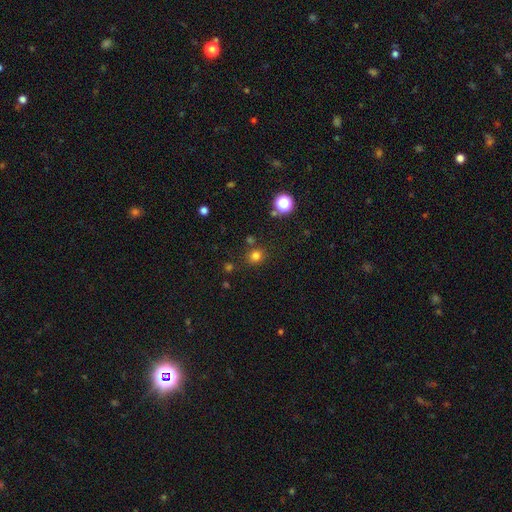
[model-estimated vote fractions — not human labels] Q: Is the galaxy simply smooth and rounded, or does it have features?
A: smooth — 76%.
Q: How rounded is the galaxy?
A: round — 83%.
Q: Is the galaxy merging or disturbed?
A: none — 82%.